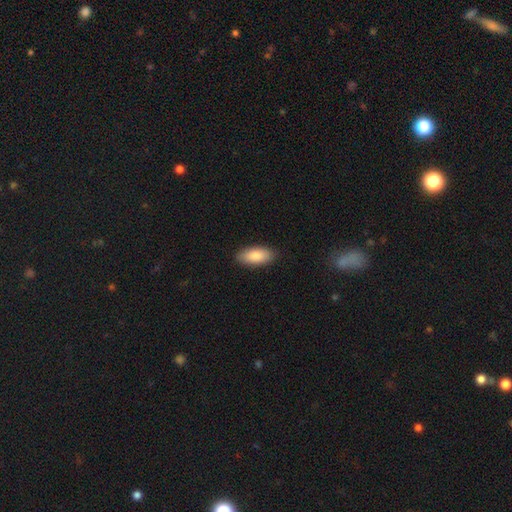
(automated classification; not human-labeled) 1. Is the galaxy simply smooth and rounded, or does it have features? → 86% smooth, 8% featured or disk, 6% star or artifact.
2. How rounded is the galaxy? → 88% in between, 10% cigar-shaped, 2% round.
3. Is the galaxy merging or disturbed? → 88% none, 9% minor disturbance, 2% major disturbance, 1% merger.